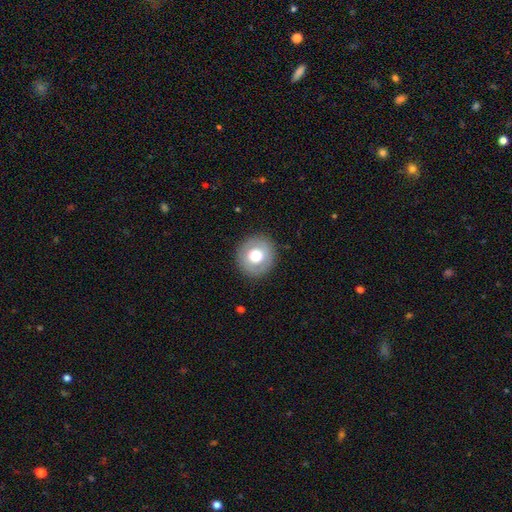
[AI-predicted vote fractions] Smooth or featured?
  - smooth: 67% *
  - featured or disk: 25%
  - star or artifact: 8%
How rounded?
  - round: 93% *
  - in between: 6%
  - cigar-shaped: 1%
Merging?
  - none: 89% *
  - minor disturbance: 7%
  - major disturbance: 3%
  - merger: 1%